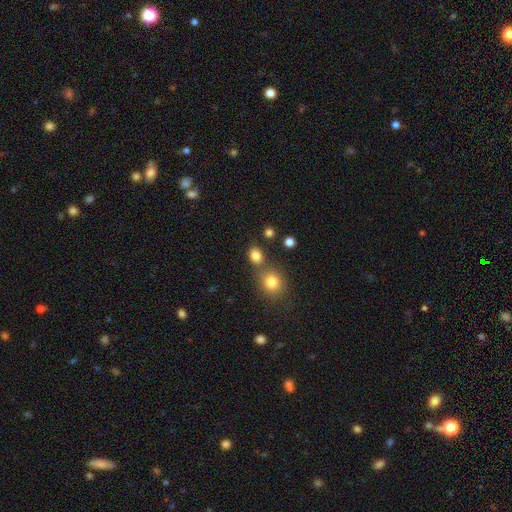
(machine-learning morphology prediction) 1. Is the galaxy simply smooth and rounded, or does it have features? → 82% smooth, 13% star or artifact, 5% featured or disk.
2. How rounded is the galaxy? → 59% round, 40% in between, 1% cigar-shaped.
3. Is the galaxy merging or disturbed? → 67% none, 19% merger, 11% minor disturbance, 4% major disturbance.